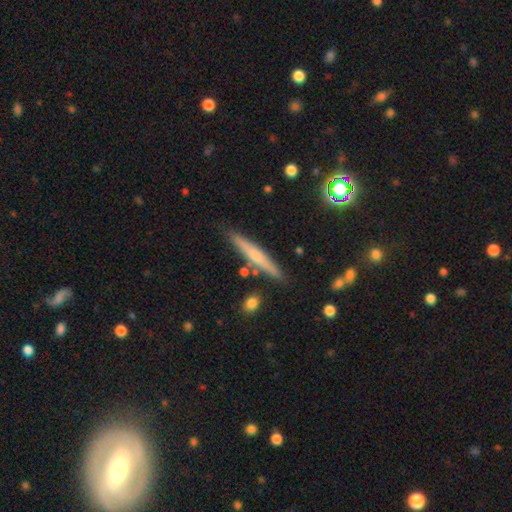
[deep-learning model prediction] Smooth or featured: featured or disk — 49% (smooth — 43%)
Merging: none — 85% (minor disturbance — 9%)